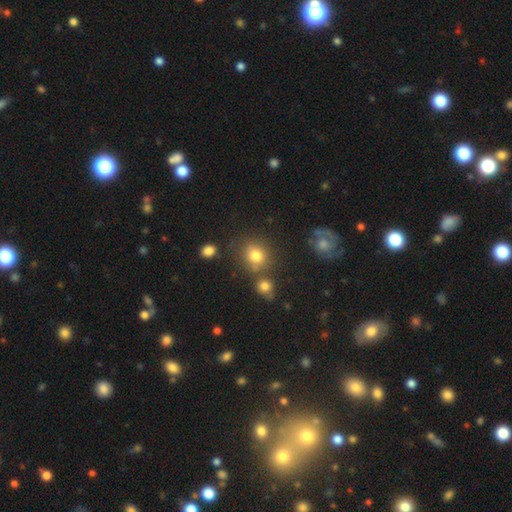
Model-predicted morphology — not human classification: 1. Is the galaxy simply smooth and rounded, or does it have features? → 79% smooth, 13% star or artifact, 8% featured or disk.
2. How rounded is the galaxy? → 75% round, 24% in between, 1% cigar-shaped.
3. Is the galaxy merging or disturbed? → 67% none, 16% merger, 13% minor disturbance, 5% major disturbance.